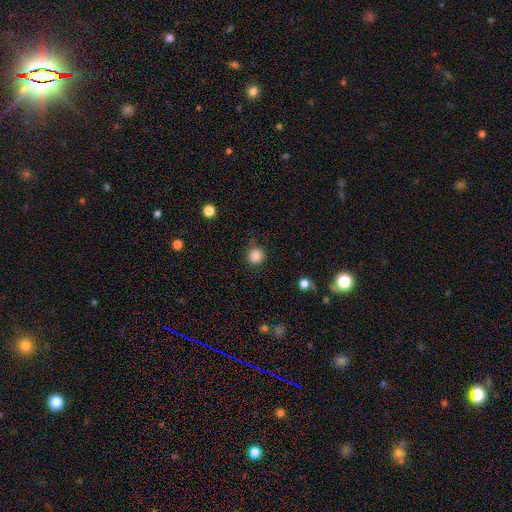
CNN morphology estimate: This appears to be a smooth galaxy with no disk features (86%) that is round (93%). Merging: none (81%).